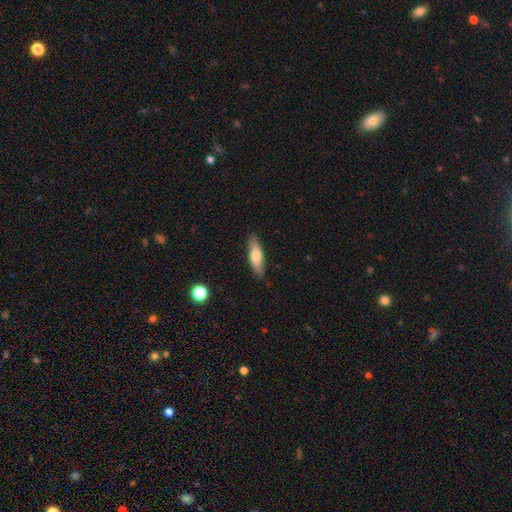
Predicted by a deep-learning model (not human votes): A smooth galaxy with no disk features (69%) that is cigar-shaped (59%). Merging: none (87%).